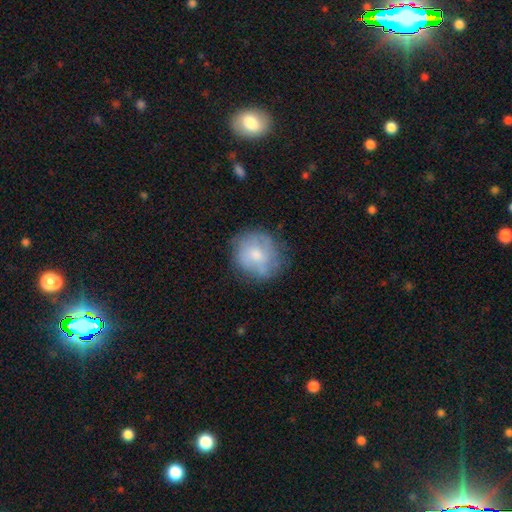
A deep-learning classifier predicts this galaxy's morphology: Q: Smooth or featured?
A: smooth (56%); runner-up: featured or disk (36%)
Q: How rounded?
A: round (85%); runner-up: in between (14%)
Q: Merging?
A: none (68%); runner-up: minor disturbance (22%)